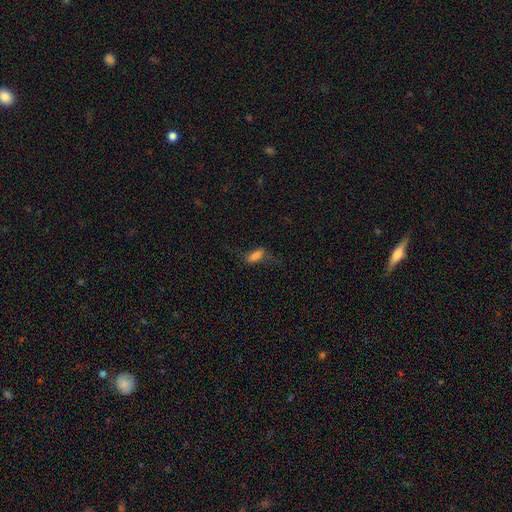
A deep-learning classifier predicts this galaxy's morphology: smooth-or-featured: smooth: 70% | featured or disk: 17% | star or artifact: 12%
  how-rounded: in between: 82% | cigar-shaped: 13% | round: 5%
  merging: none: 50% | minor disturbance: 24% | major disturbance: 23% | merger: 3%